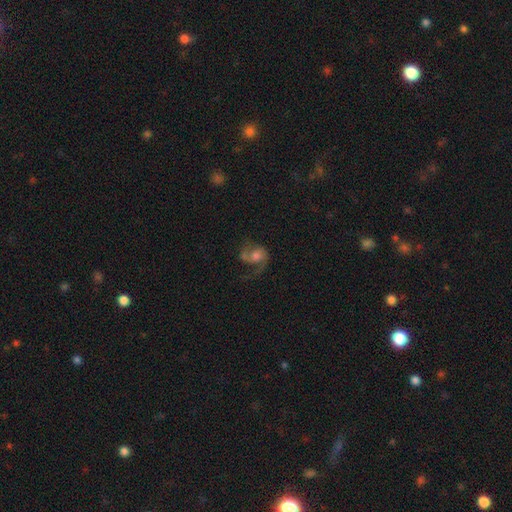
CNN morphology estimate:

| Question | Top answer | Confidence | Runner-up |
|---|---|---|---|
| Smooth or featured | featured or disk | 68% | smooth (23%) |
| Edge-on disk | no | 98% | yes (2%) |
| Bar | no | 67% | weak (27%) |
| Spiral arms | yes | 89% | no (11%) |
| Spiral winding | loose | 49% | medium (41%) |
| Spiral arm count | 2 | 62% | 1 (30%) |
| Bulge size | moderate | 49% | small (24%) |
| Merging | none | 44% | major disturbance (33%) |